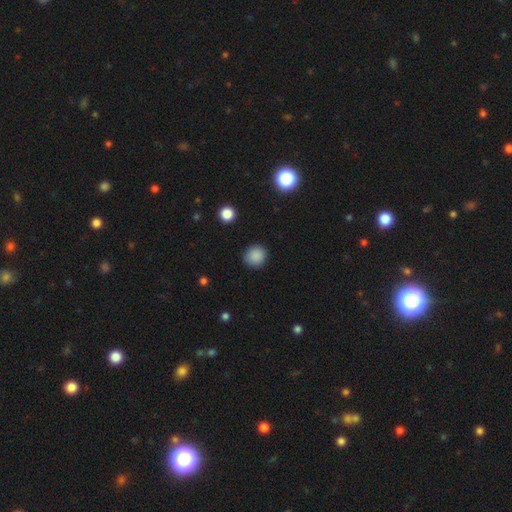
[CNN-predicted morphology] Overall: smooth (87%). How rounded: round (89%). Merging: none (89%).